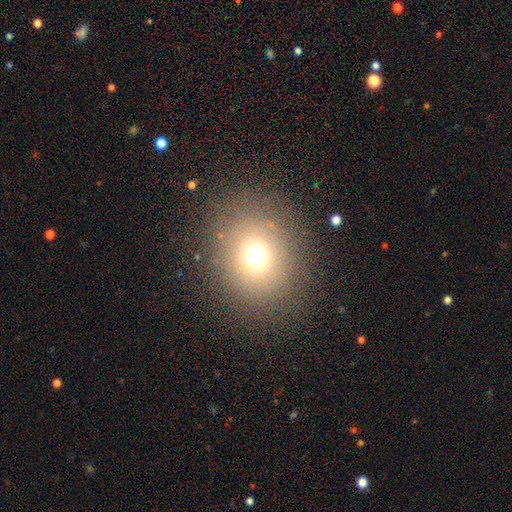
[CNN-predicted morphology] A smooth galaxy with no disk features (67%) that is round (71%). Merging: none (83%).